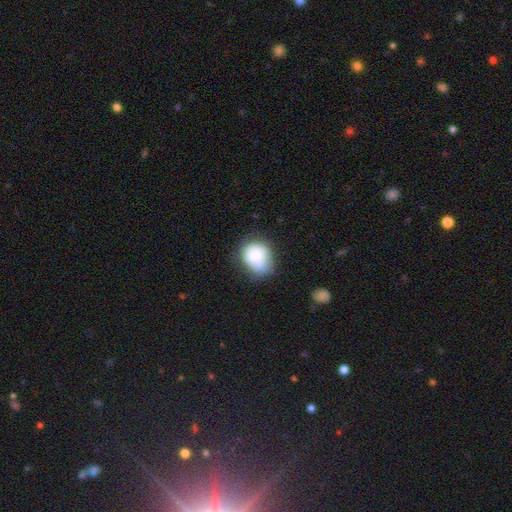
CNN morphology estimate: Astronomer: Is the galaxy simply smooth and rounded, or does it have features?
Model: smooth — 81%.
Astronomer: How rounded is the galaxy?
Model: round — 56% (runner-up: in between, 43%).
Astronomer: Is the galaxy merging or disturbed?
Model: none — 51% (runner-up: minor disturbance, 33%).